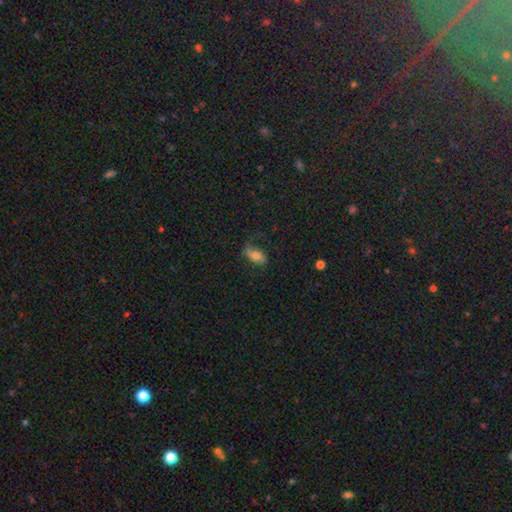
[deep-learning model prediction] Smooth or featured? Predicted: smooth (p=0.62). How rounded? Predicted: in between (p=0.88). Merging? Predicted: none (p=0.67).